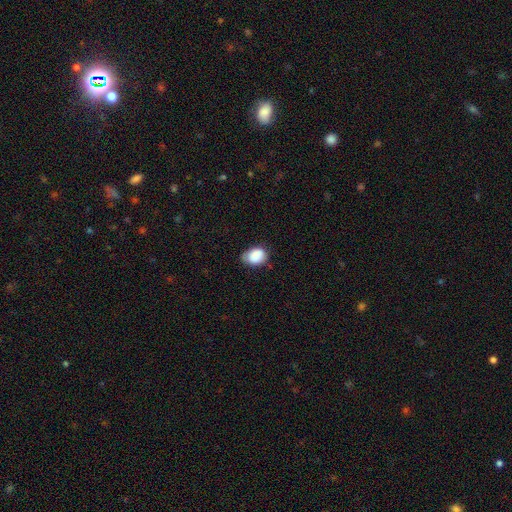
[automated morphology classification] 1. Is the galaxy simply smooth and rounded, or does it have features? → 88% smooth, 7% star or artifact, 5% featured or disk.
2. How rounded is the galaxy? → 70% in between, 29% round, 1% cigar-shaped.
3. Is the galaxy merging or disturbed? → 61% none, 31% minor disturbance, 6% major disturbance, 2% merger.